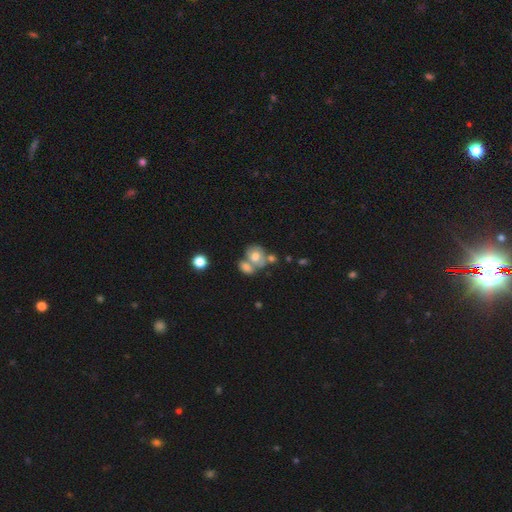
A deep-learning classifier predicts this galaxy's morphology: The model was most divided on "merging": merger: 52%, none: 30%, minor disturbance: 11%, major disturbance: 7%. More confident: how rounded — round (61%); smooth or featured — smooth (56%).